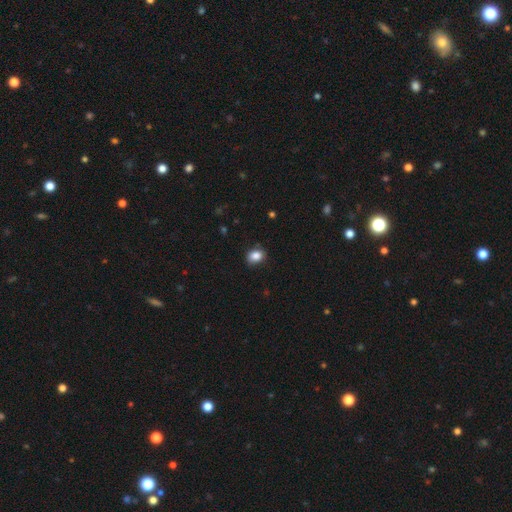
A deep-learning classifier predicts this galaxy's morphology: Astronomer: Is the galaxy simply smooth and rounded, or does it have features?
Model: smooth — 86%.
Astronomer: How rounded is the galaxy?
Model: in between — 58% (runner-up: round, 41%).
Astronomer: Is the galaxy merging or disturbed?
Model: none — 79%.